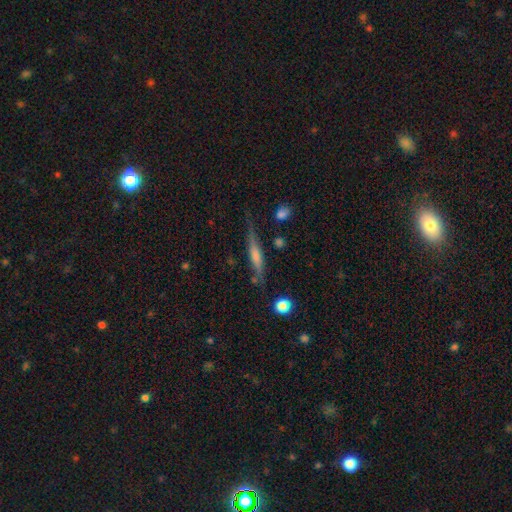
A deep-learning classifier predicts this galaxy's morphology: smooth-or-featured: featured or disk: 49% | smooth: 43% | star or artifact: 8%
  merging: none: 68% | minor disturbance: 21% | major disturbance: 6% | merger: 5%